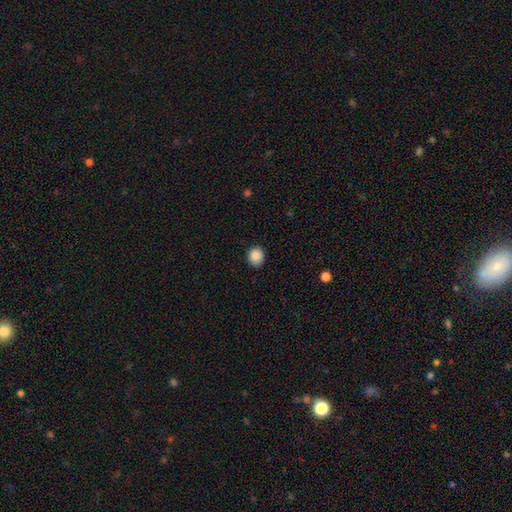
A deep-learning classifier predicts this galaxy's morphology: type=smooth (87%); roundness=round (78%); merging=none (89%).